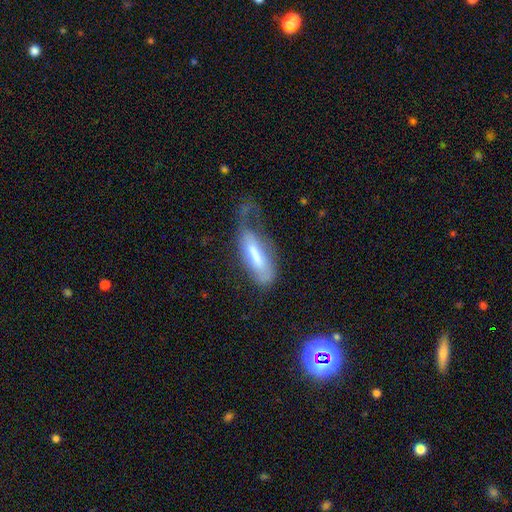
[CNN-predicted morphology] Smooth or featured? smooth (58%)
How rounded? in between (52%)
Merging? major disturbance (46%)